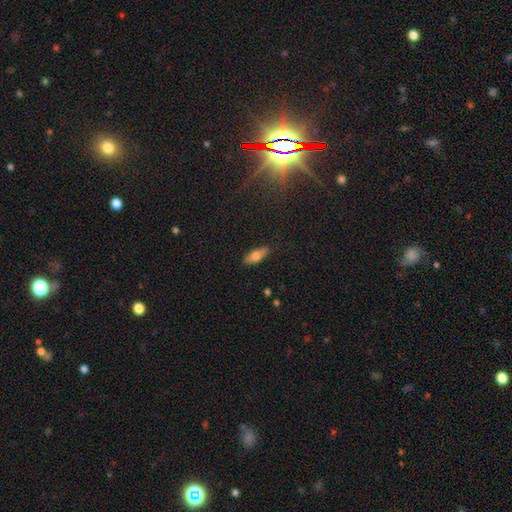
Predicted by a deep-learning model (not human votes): The model was most divided on "how rounded": in between: 69%, cigar-shaped: 28%, round: 3%. More confident: merging — none (83%); smooth or featured — smooth (74%).